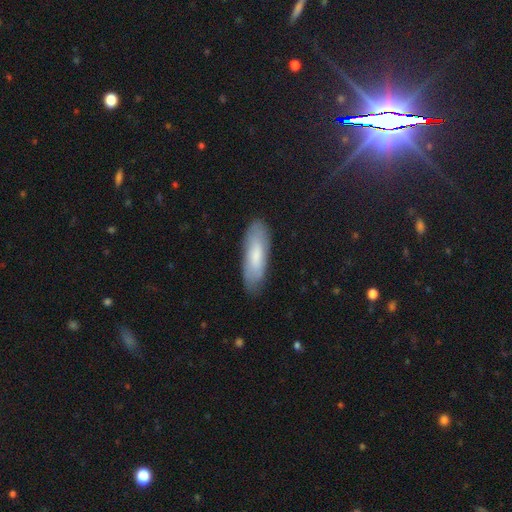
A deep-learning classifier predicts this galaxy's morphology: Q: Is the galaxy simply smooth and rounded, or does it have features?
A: smooth — 69%.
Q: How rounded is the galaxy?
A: in between — 57%.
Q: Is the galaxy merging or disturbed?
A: none — 82%.